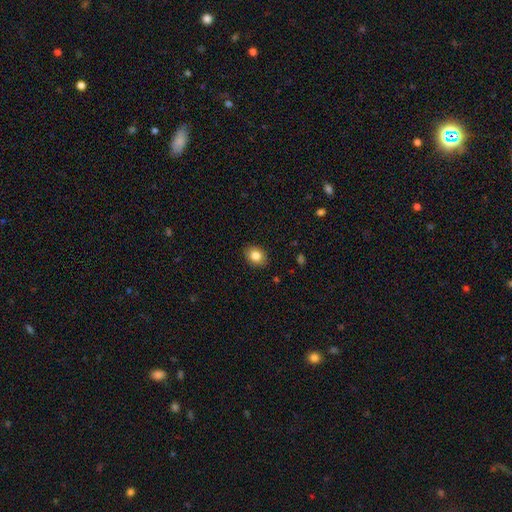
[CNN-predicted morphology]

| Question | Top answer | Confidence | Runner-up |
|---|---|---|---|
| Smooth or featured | smooth | 83% | star or artifact (9%) |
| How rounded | in between | 59% | round (40%) |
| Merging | none | 89% | minor disturbance (8%) |